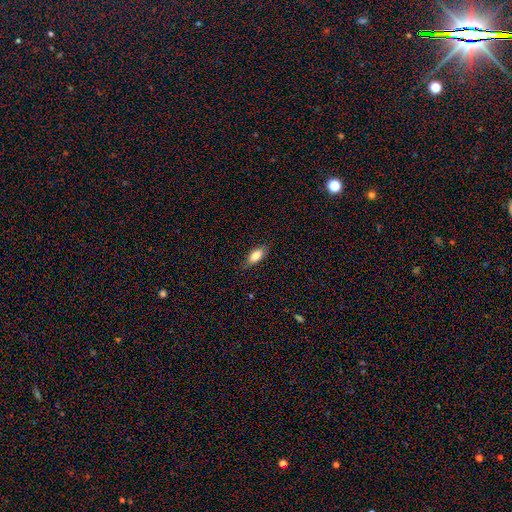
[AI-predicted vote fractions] Smooth or featured: smooth — 82% (featured or disk — 11%)
How rounded: in between — 85% (cigar-shaped — 12%)
Merging: none — 82% (minor disturbance — 14%)